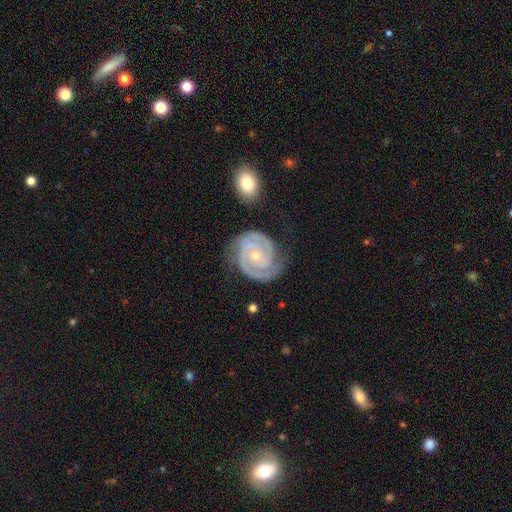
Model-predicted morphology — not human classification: This is clearly a featured or disk galaxy (92%). It is clearly not viewed edge-on (98%). Bar: likely no (72%). Spiral arm pattern: clearly yes (98%). Spiral arm count: likely 2 (78%). Spiral winding: likely tight (77%). Central bulge: likely small (68%). Merging: likely none (75%).